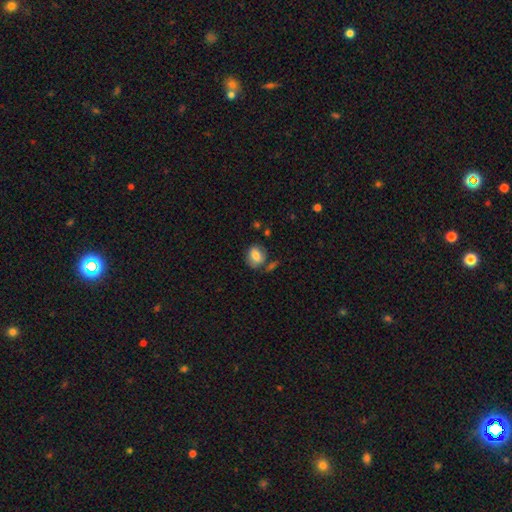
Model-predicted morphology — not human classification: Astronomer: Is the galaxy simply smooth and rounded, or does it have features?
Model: smooth — 77%.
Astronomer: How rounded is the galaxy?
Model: in between — 56% (runner-up: round, 42%).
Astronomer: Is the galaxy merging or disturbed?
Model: none — 62%.